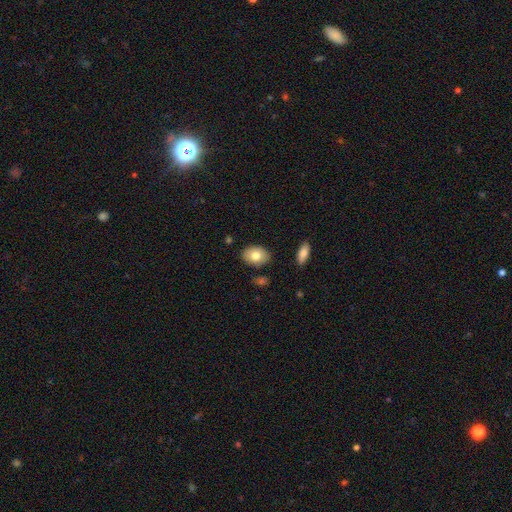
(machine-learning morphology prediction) Smooth or featured? smooth (78%)
How rounded? in between (77%)
Merging? none (85%)